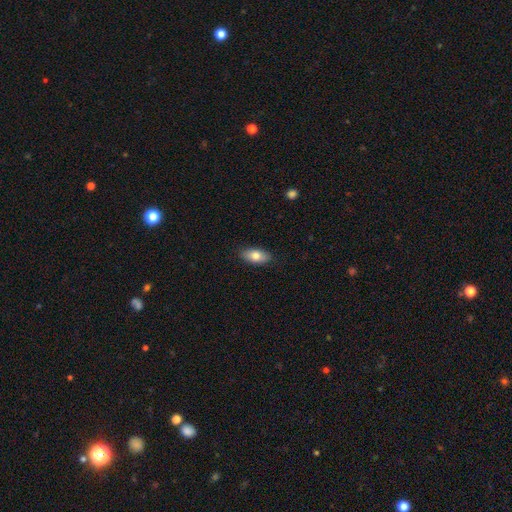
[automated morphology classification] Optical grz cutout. It shows a smooth galaxy with no disk features (80%) that is in between round and cigar-shaped (90%). Merging: none (88%).